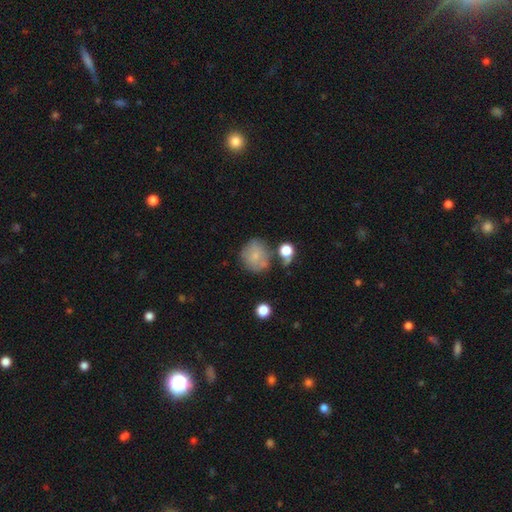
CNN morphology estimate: type=smooth (71%); roundness=round (83%); merging=none (57%).